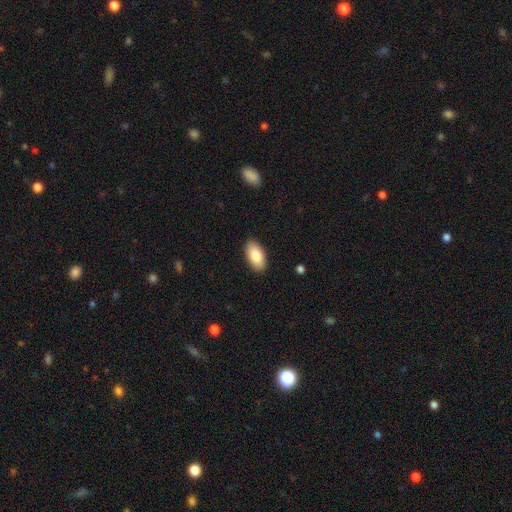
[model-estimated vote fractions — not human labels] This is clearly a smooth galaxy (83%). How rounded: clearly in between (94%). Merging: clearly none (89%).